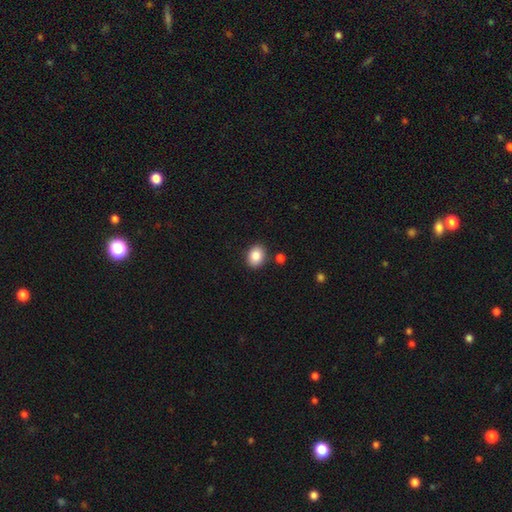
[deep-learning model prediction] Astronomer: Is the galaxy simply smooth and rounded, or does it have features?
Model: smooth — 87%.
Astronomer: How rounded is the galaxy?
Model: in between — 59% (runner-up: round, 40%).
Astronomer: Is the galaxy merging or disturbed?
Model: none — 85%.